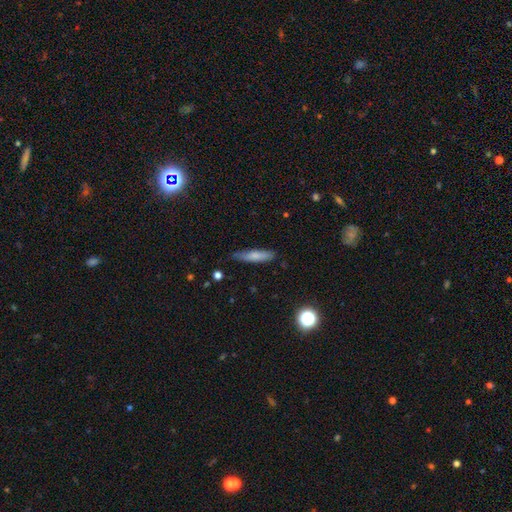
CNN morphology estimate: type=smooth (76%); roundness=cigar-shaped (81%); merging=none (79%).